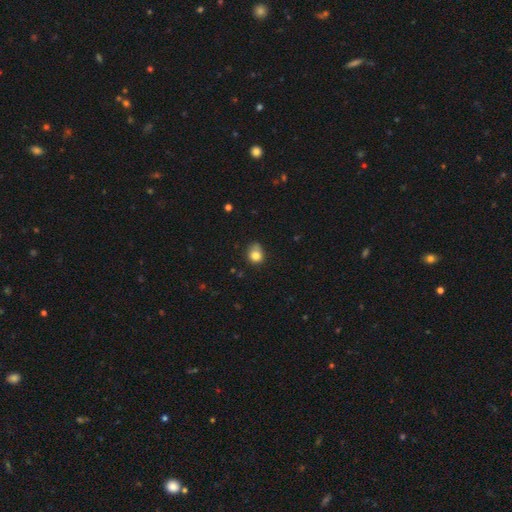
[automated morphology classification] The model was most divided on "merging": none: 53%, minor disturbance: 34%, major disturbance: 9%, merger: 4%. More confident: smooth or featured — smooth (80%); how rounded — round (65%).